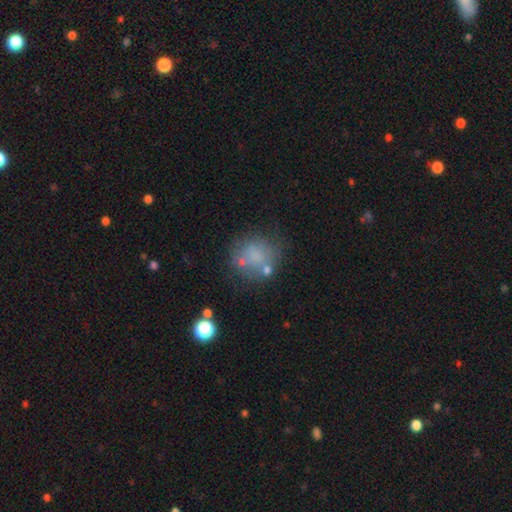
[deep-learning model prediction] smooth_or_featured: smooth (p=0.65) [alt: featured or disk p=0.22]
how_rounded: round (p=0.81) [alt: in between p=0.18]
merging: none (p=0.59) [alt: minor disturbance p=0.20]